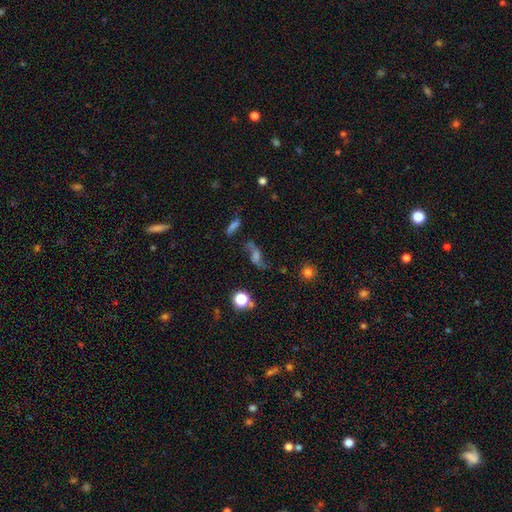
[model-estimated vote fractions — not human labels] Morphology: type=featured or disk (65%); edge-on=no (89%); bar=no (52%); spiral arms=yes (91%); winding=loose (85%); arm count=2 (91%); bulge=moderate (34%); merging=none (65%).